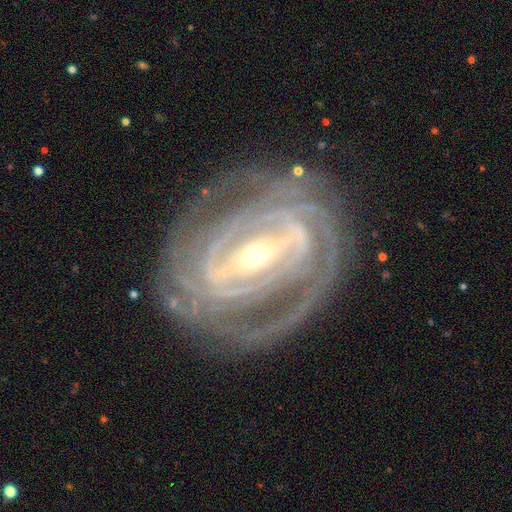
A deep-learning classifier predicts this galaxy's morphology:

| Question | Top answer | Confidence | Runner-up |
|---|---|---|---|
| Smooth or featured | featured or disk | 90% | smooth (5%) |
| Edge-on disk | no | 94% | yes (6%) |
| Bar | strong | 71% | weak (21%) |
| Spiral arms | yes | 93% | no (7%) |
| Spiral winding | tight | 78% | medium (18%) |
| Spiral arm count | can't tell | 31% | 2 (25%) |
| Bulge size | small | 60% | moderate (35%) |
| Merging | none | 79% | minor disturbance (13%) |